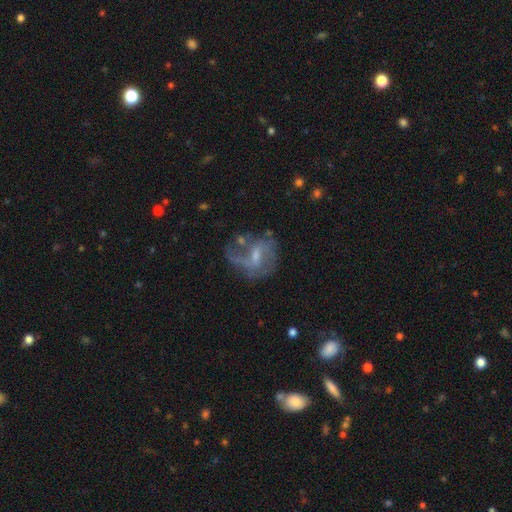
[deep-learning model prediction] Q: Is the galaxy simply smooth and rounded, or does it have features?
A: featured or disk — 70%.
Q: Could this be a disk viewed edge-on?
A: no — 96%.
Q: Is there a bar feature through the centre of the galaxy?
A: weak — 52%.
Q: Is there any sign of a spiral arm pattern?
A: yes — 75%.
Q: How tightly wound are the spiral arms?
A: loose — 47%.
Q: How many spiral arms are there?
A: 2 — 46%.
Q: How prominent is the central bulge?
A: small — 50%.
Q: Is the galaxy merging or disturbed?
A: none — 48%.